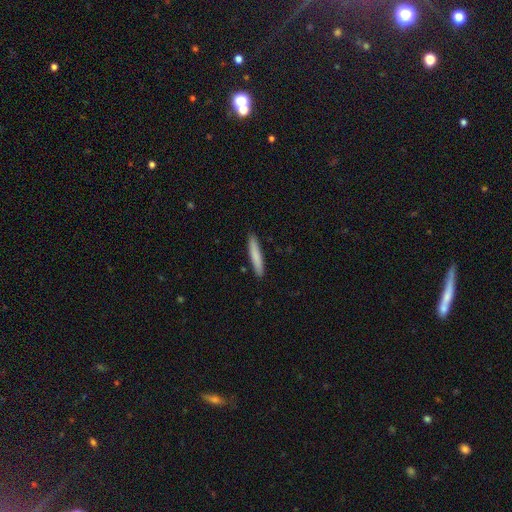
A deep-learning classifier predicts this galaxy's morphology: Smooth or featured? Predicted: smooth (p=0.80). How rounded? Predicted: cigar-shaped (p=0.94). Merging? Predicted: none (p=0.90).